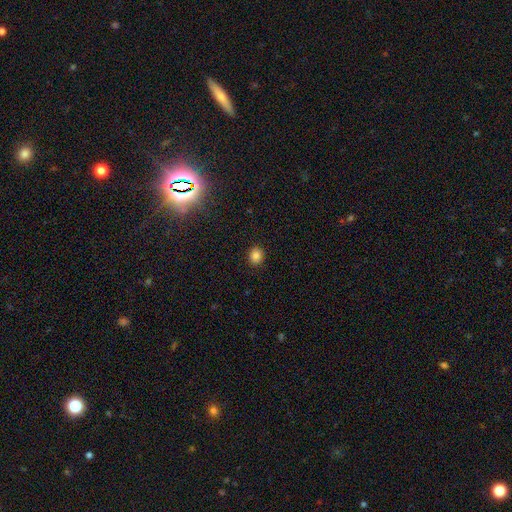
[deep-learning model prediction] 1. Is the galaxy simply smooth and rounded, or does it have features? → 83% smooth, 12% star or artifact, 5% featured or disk.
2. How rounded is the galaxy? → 73% round, 26% in between, 1% cigar-shaped.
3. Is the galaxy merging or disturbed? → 90% none, 7% minor disturbance, 2% major disturbance, 1% merger.